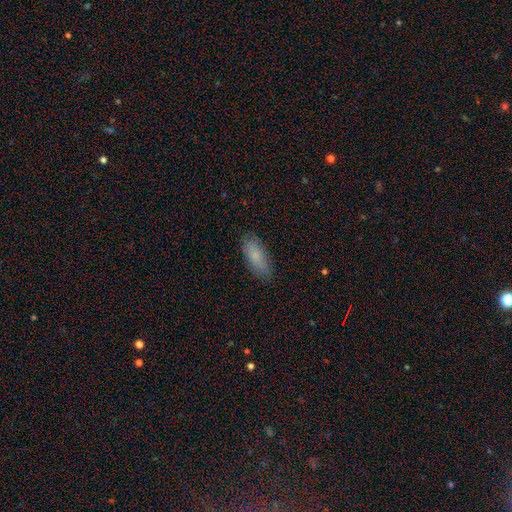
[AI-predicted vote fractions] Smooth or featured? smooth (81%)
How rounded? in between (78%)
Merging? none (81%)